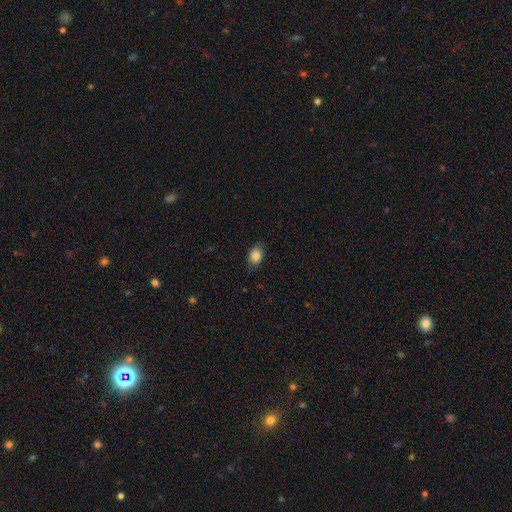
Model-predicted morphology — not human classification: Q: Smooth or featured?
A: smooth (85%); runner-up: star or artifact (9%)
Q: How rounded?
A: in between (71%); runner-up: round (28%)
Q: Merging?
A: none (78%); runner-up: minor disturbance (18%)